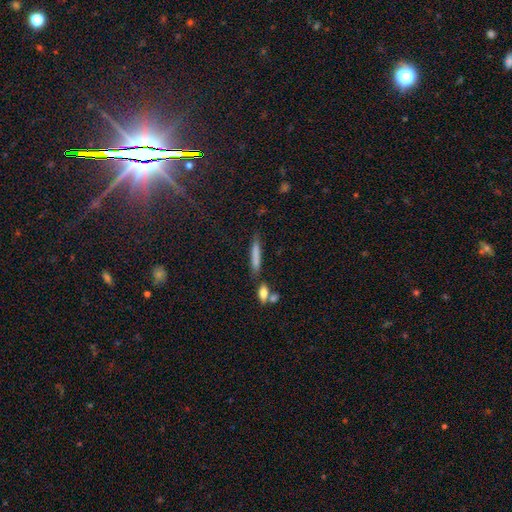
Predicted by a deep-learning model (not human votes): Overall: smooth (74%). How rounded: cigar-shaped (91%). Merging: none (74%).